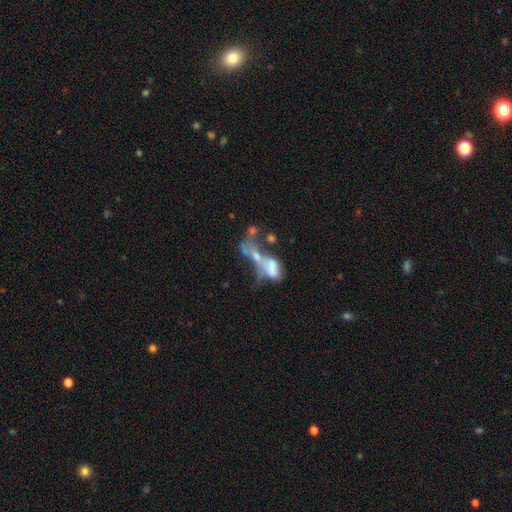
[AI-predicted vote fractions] This appears to be a featured or disk galaxy (46%). Merging: merger (57%).